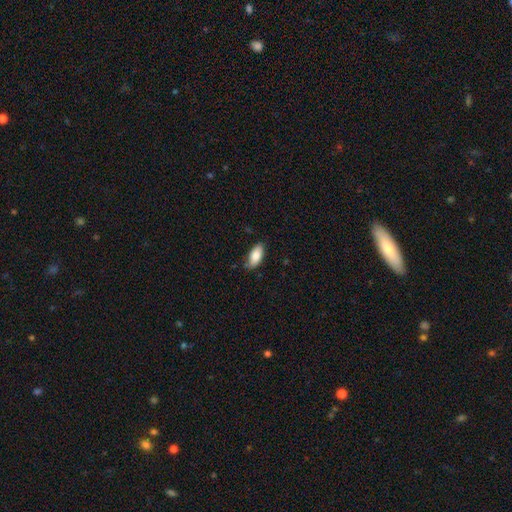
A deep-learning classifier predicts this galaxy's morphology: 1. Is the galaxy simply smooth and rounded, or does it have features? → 83% smooth, 11% featured or disk, 6% star or artifact.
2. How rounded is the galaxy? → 89% in between, 9% cigar-shaped, 2% round.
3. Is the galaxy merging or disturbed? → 76% none, 19% minor disturbance, 3% major disturbance, 2% merger.